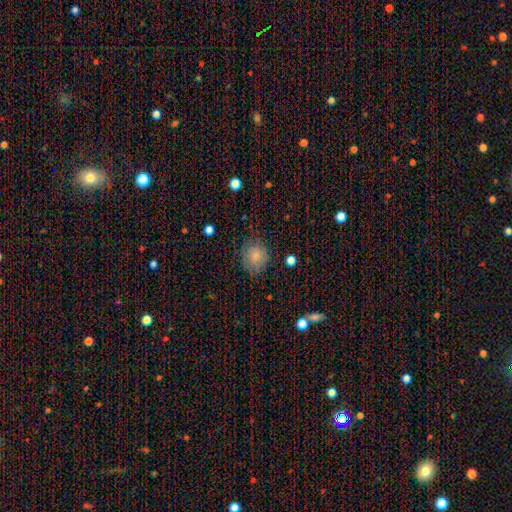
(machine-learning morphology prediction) A smooth galaxy with no disk features (78%) that is round (76%).

Vote fractions:
- Smooth or featured? smooth: 78% / featured or disk: 12% / star or artifact: 10%
- How rounded? round: 76% / in between: 23% / cigar-shaped: 1%
- Merging? none: 74% / minor disturbance: 19% / major disturbance: 6% / merger: 1%